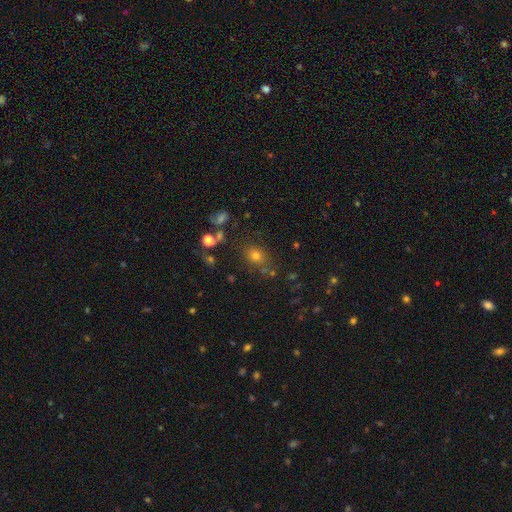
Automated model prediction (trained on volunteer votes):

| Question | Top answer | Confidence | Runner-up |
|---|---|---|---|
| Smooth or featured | smooth | 68% | star or artifact (22%) |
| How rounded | round | 56% | in between (43%) |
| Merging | none | 73% | minor disturbance (14%) |